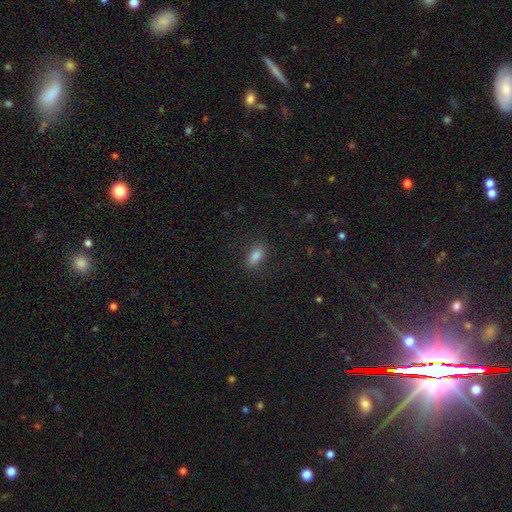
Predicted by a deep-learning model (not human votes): Morphology: type=smooth (81%); roundness=in between (84%); merging=none (84%).